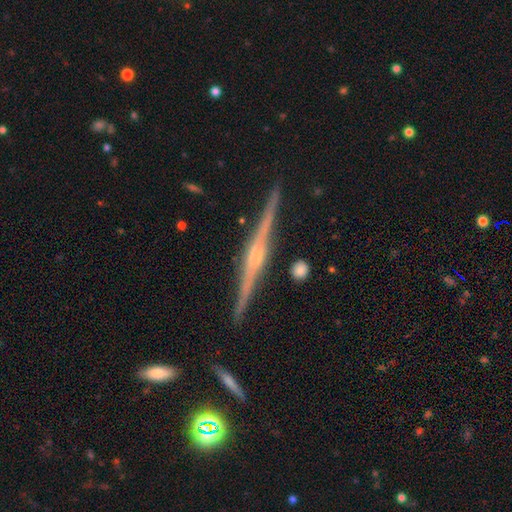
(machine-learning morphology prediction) Smooth or featured?
  - featured or disk: 87% *
  - smooth: 7%
  - star or artifact: 6%
Edge-on disk?
  - yes: 99% *
  - no: 1%
Edge-on bulge?
  - rounded: 71% *
  - boxy: 18%
  - none: 11%
Merging?
  - none: 90% *
  - minor disturbance: 6%
  - merger: 2%
  - major disturbance: 1%